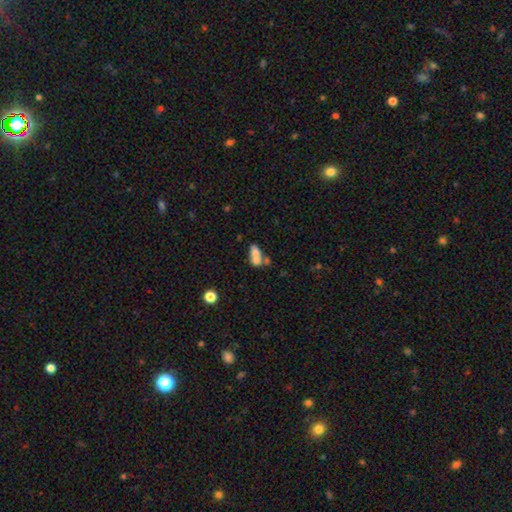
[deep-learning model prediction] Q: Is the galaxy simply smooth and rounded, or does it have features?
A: smooth — 65%.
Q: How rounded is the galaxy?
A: in between — 76%.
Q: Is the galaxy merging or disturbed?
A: merger — 58%.